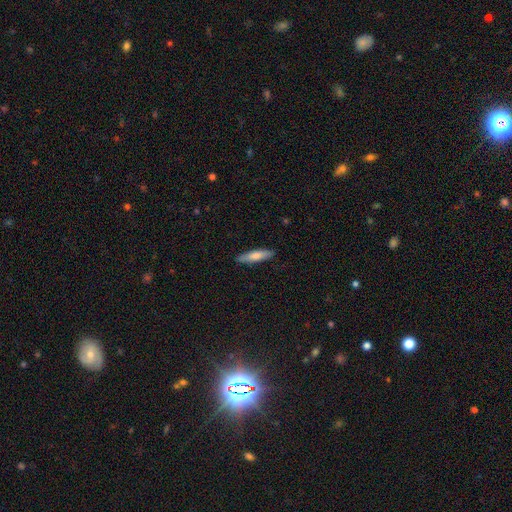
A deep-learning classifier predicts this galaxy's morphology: This is likely a smooth galaxy (75%). How rounded: likely cigar-shaped (78%). Merging: clearly none (88%).